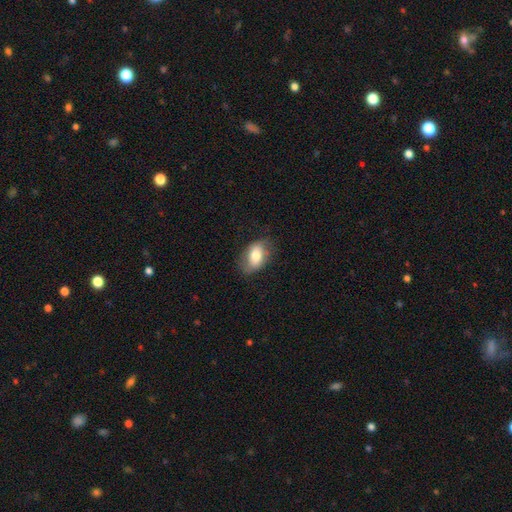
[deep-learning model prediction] A smooth galaxy with no disk features (70%) that is in between round and cigar-shaped (86%). Merging: none (72%).